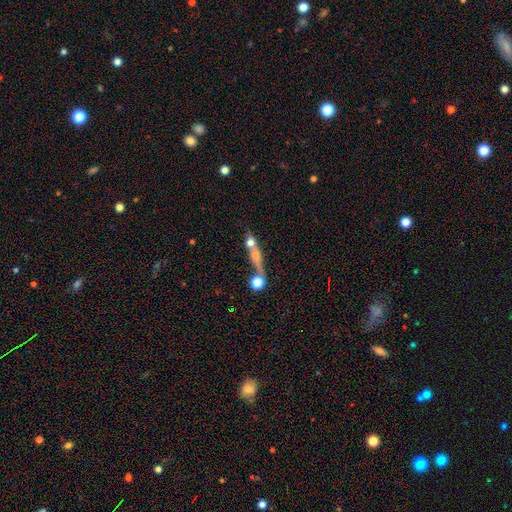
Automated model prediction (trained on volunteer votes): Q: Smooth or featured?
A: smooth (47%); runner-up: featured or disk (38%)
Q: Merging?
A: none (47%); runner-up: merger (29%)